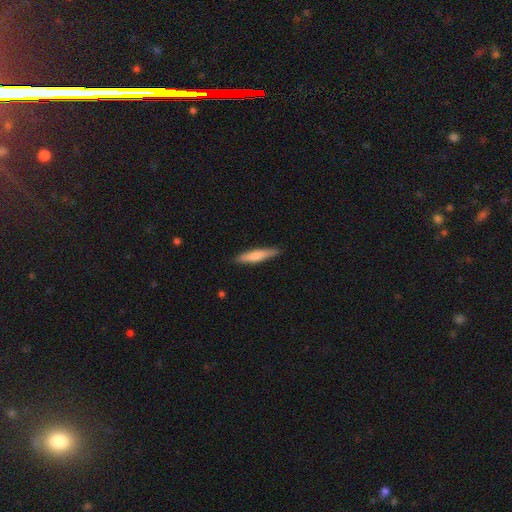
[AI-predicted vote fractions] Overall: smooth (69%). How rounded: cigar-shaped (87%). Merging: none (89%).